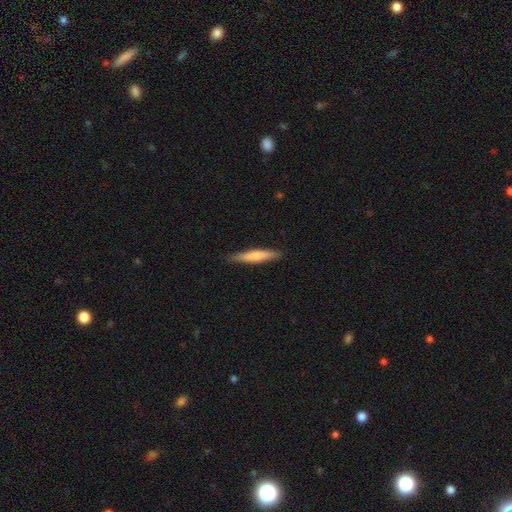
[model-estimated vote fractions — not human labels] This appears to be a smooth galaxy with no disk features (65%) that is cigar-shaped (91%). Merging: none (90%).